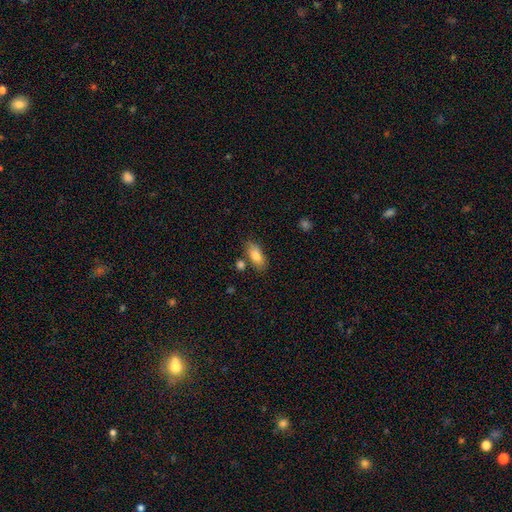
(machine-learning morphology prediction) A smooth galaxy with no disk features (79%) that is in between round and cigar-shaped (84%).

Vote fractions:
- Smooth or featured? smooth: 79% / featured or disk: 13% / star or artifact: 7%
- How rounded? in between: 84% / cigar-shaped: 12% / round: 4%
- Merging? none: 71% / minor disturbance: 16% / merger: 9% / major disturbance: 4%